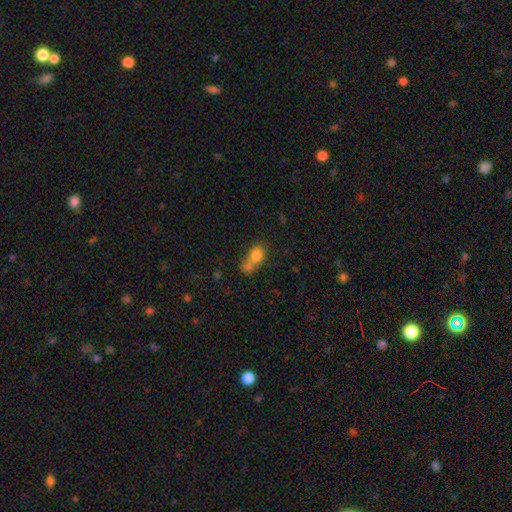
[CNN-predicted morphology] smooth_or_featured: smooth (p=0.76) [alt: featured or disk p=0.14]
how_rounded: in between (p=0.60) [alt: round p=0.38]
merging: merger (p=0.61) [alt: none p=0.26]